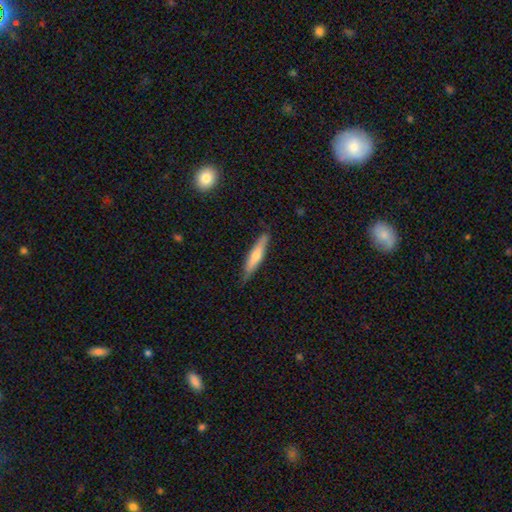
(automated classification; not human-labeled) A smooth galaxy with no disk features (54%) that is cigar-shaped (89%). Merging: none (84%).